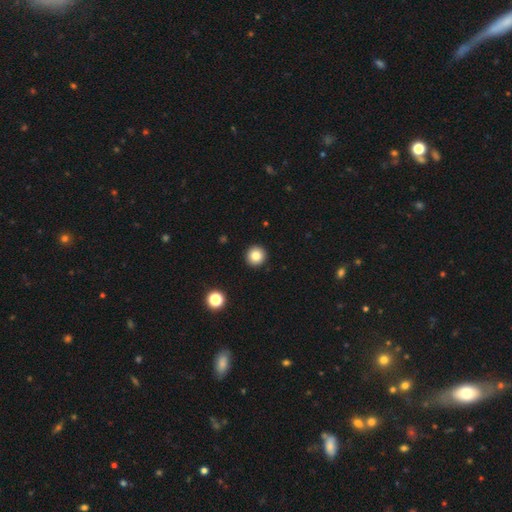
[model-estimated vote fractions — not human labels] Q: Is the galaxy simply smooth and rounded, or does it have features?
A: smooth — 84%.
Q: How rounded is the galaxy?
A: round — 96%.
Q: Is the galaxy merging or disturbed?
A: none — 93%.